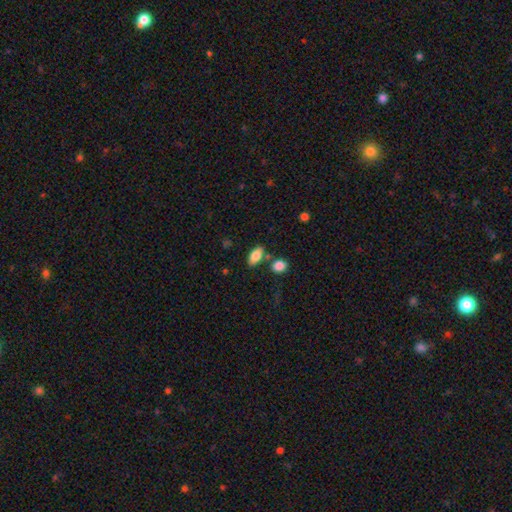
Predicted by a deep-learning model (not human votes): Q: Smooth or featured?
A: smooth (82%); runner-up: featured or disk (10%)
Q: How rounded?
A: in between (89%); runner-up: cigar-shaped (6%)
Q: Merging?
A: none (76%); runner-up: minor disturbance (11%)